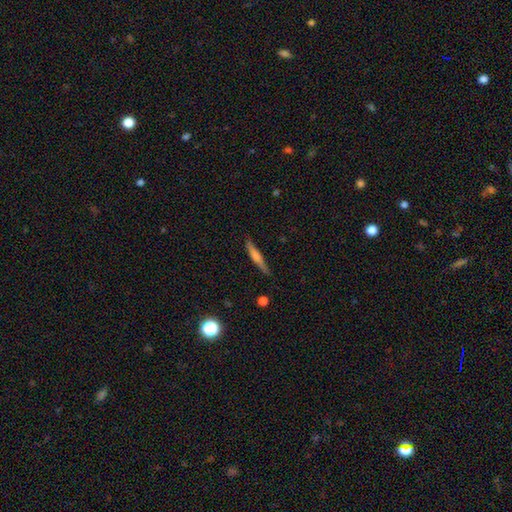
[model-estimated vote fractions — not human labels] Smooth or featured?
  - featured or disk: 51% *
  - smooth: 42%
  - star or artifact: 7%
Edge-on disk?
  - yes: 96% *
  - no: 4%
Merging?
  - none: 86% *
  - minor disturbance: 10%
  - major disturbance: 2%
  - merger: 1%